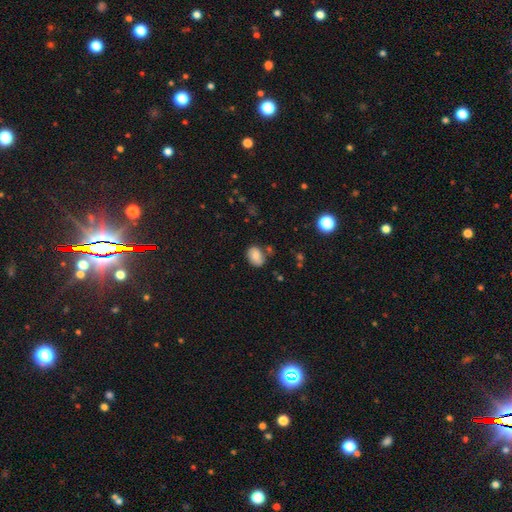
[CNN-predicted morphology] Smooth or featured?
  - smooth: 79% *
  - featured or disk: 12%
  - star or artifact: 10%
How rounded?
  - in between: 70% *
  - round: 29%
  - cigar-shaped: 1%
Merging?
  - none: 71% *
  - minor disturbance: 18%
  - merger: 7%
  - major disturbance: 4%